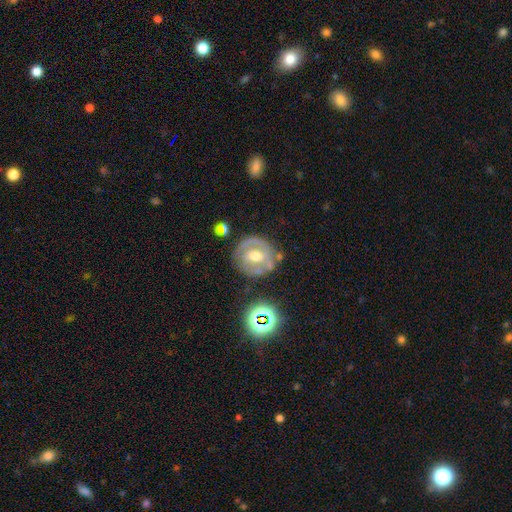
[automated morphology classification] Overall: featured or disk (68%). Edge-on disk: no (96%). Bar: weak (43%; no 36%). Spiral arms: yes (68%; no 32%). Bulge size: moderate (73%). Merging: none (73%).